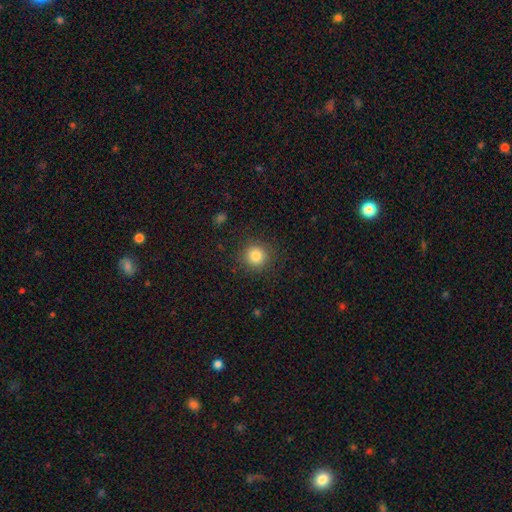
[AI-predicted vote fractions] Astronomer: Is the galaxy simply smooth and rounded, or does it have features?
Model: smooth — 83%.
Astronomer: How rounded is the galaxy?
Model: round — 93%.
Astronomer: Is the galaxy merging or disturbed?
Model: none — 89%.